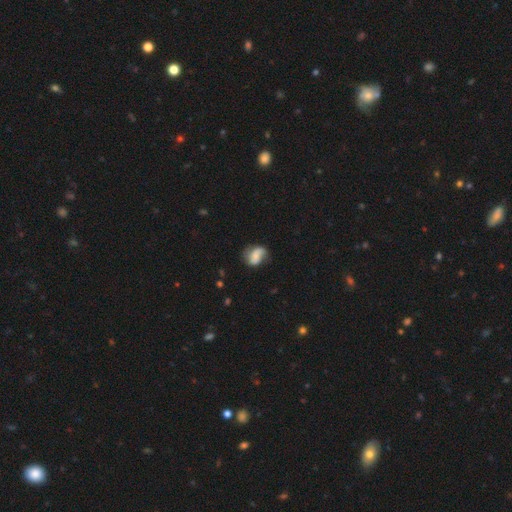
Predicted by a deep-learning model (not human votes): This is possibly a smooth galaxy (53%). How rounded: likely in between (69%). Merging: possibly none (47%).